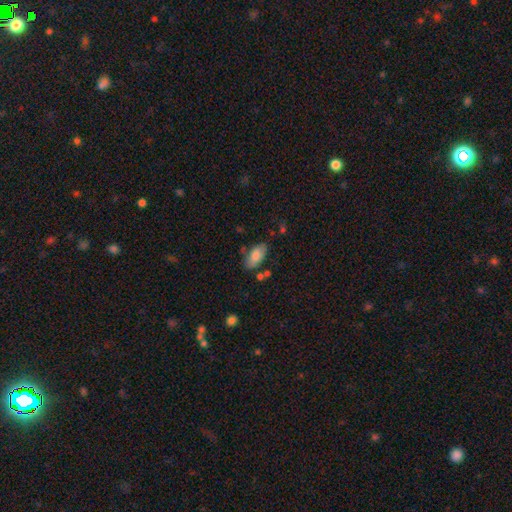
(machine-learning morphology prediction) smooth_or_featured: smooth (p=0.80) [alt: featured or disk p=0.13]
how_rounded: in between (p=0.92) [alt: cigar-shaped p=0.05]
merging: none (p=0.67) [alt: minor disturbance p=0.21]